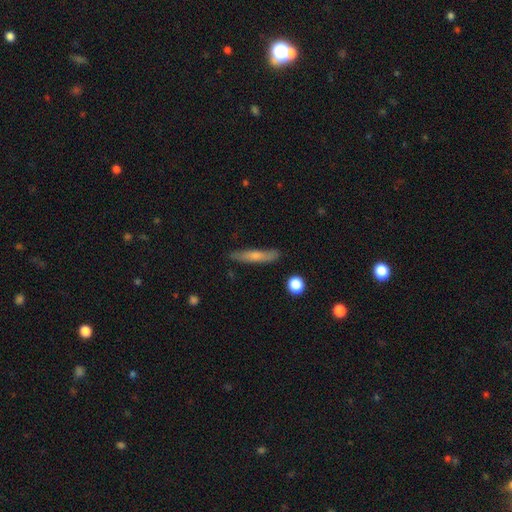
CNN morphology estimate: Smooth or featured? Predicted: smooth (p=0.61). How rounded? Predicted: cigar-shaped (p=0.88). Merging? Predicted: none (p=0.83).